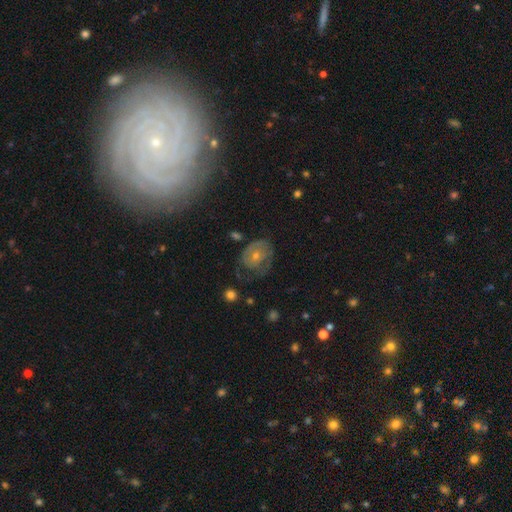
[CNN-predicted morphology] Overall: featured or disk (65%). Edge-on disk: no (96%). Bar: no (79%). Spiral arms: yes (79%). Bulge size: small (51%; moderate 44%). Merging: none (67%).